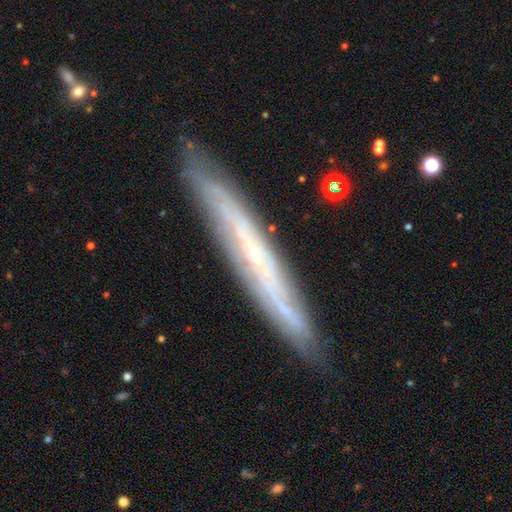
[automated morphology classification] type=featured or disk (69%); edge-on=yes (78%); edge-on bulge=none (79%); merging=none (85%).